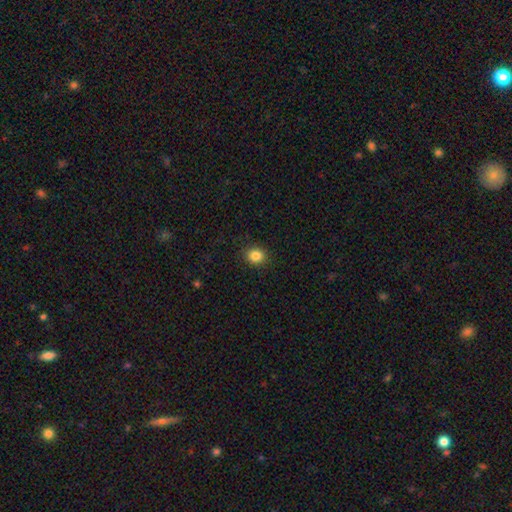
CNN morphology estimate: Overall: smooth (85%). How rounded: round (75%). Merging: none (90%).